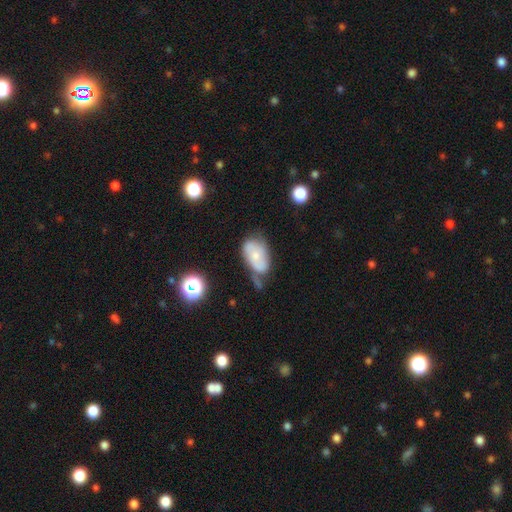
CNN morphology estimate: Smooth or featured: smooth — 49% (featured or disk — 43%)
Merging: none — 36% (minor disturbance — 34%)